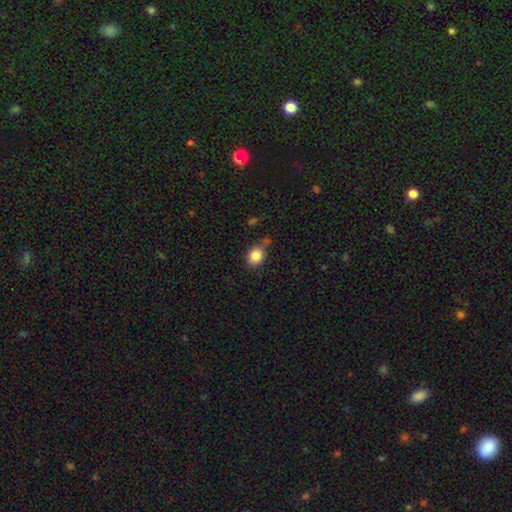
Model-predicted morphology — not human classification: smooth-or-featured: smooth: 86% | star or artifact: 9% | featured or disk: 5%
  how-rounded: round: 52% | in between: 47% | cigar-shaped: 1%
  merging: none: 65% | minor disturbance: 21% | merger: 8% | major disturbance: 6%